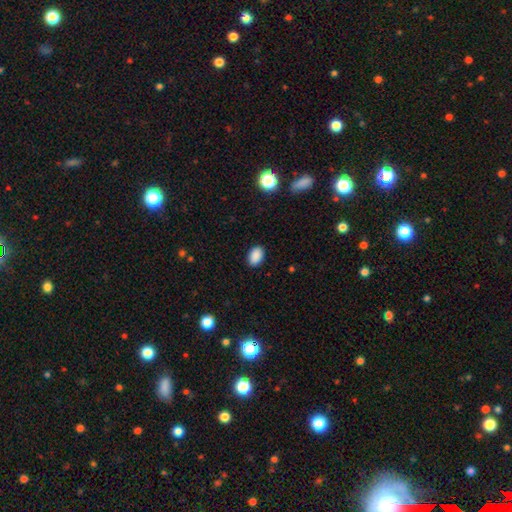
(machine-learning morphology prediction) Overall: smooth (89%). How rounded: in between (86%). Merging: none (88%).